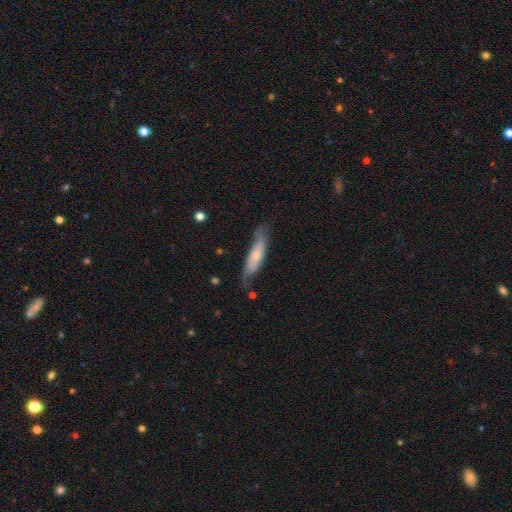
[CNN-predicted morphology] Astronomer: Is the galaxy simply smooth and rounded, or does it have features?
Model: smooth — 54% (runner-up: featured or disk, 40%).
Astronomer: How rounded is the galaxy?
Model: cigar-shaped — 67%.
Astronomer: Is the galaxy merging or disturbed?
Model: none — 61%.